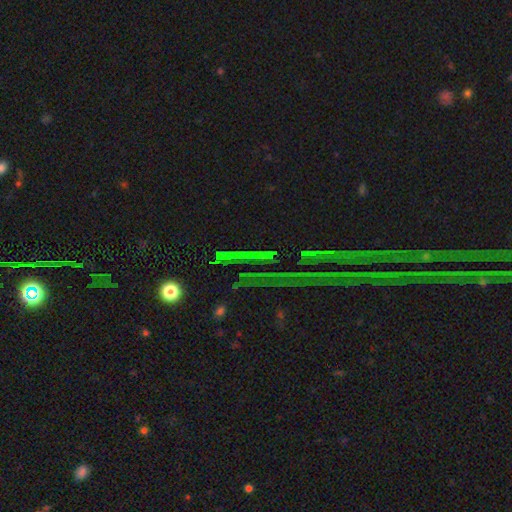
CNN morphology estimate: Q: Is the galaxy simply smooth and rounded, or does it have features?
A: star or artifact — 83%.